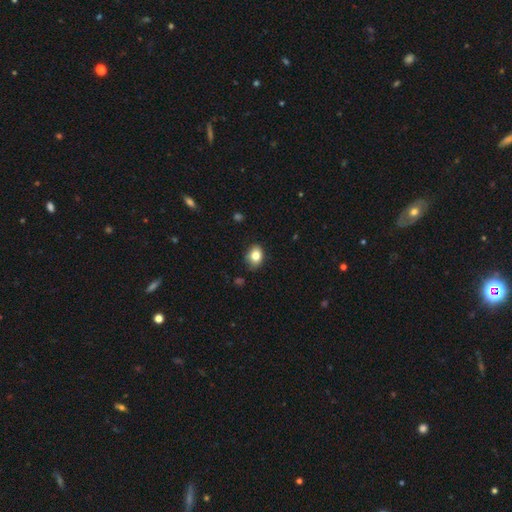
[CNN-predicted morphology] Smooth or featured? smooth (82%)
How rounded? in between (70%)
Merging? none (78%)